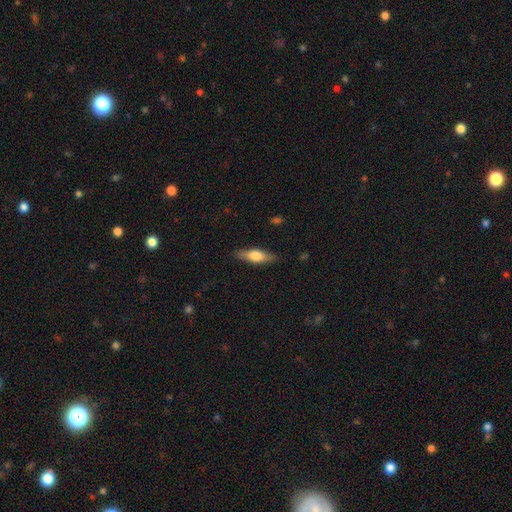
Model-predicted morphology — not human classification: This appears to be a smooth galaxy with no disk features (57%) that is cigar-shaped (52%). Merging: none (86%).